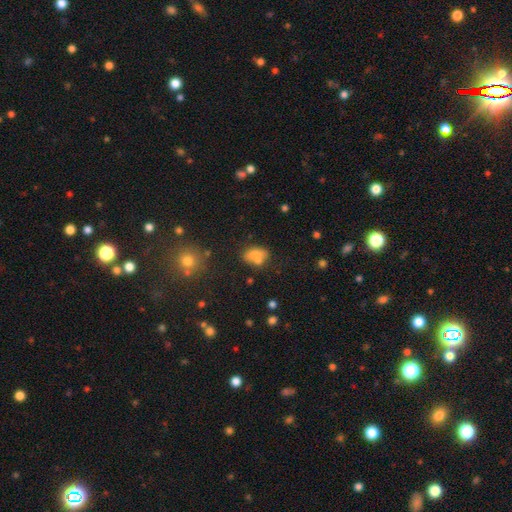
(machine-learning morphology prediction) The model was most divided on "merging": none: 50%, merger: 26%, minor disturbance: 17%, major disturbance: 7%. More confident: how rounded — in between (79%); smooth or featured — smooth (70%).